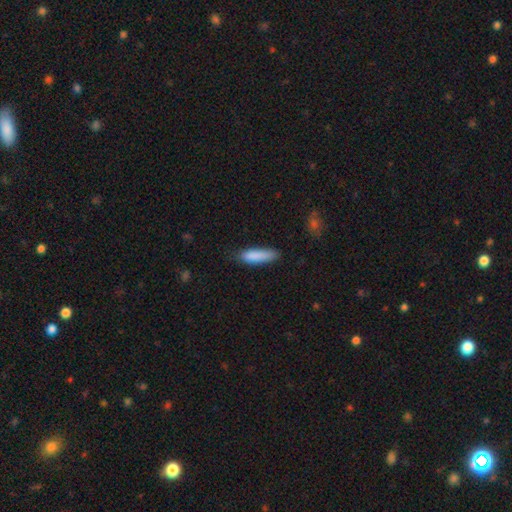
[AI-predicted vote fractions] Overall: smooth (86%). How rounded: cigar-shaped (64%; in between 34%). Merging: none (75%).